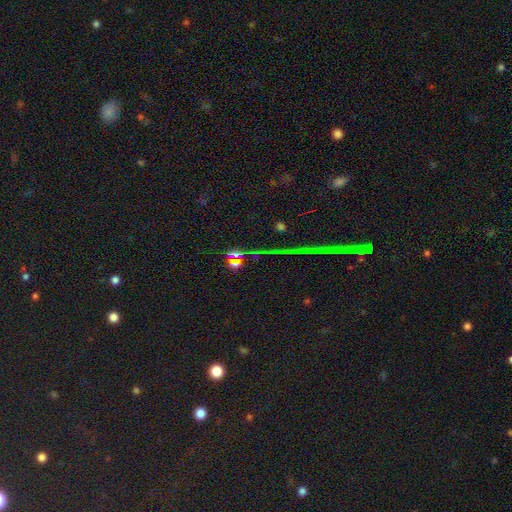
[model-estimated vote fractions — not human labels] This appears to be a star or artifact, not a galaxy (67%).